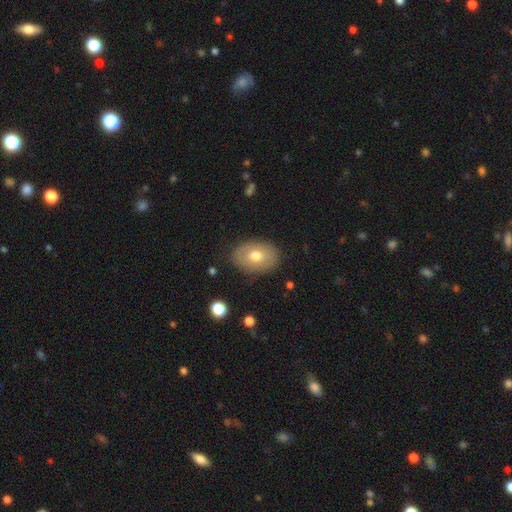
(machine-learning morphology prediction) Smooth or featured? smooth (69%)
How rounded? in between (79%)
Merging? none (85%)